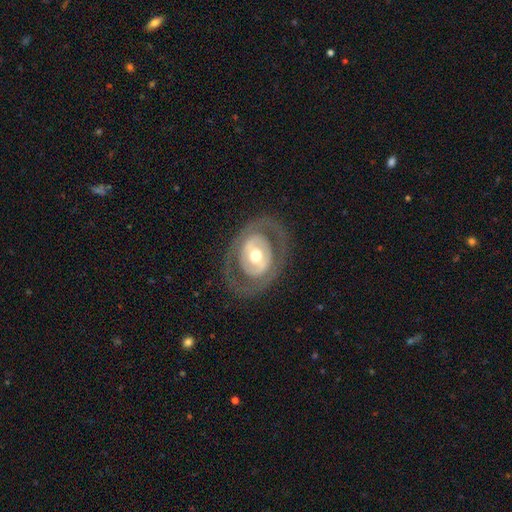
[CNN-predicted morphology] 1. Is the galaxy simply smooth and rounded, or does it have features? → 70% featured or disk, 25% smooth, 5% star or artifact.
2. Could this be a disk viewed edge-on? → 94% no, 6% yes.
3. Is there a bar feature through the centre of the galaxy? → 59% no, 24% weak, 17% strong.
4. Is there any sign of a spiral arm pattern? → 75% no, 25% yes.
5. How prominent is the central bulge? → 71% moderate, 14% large, 13% small, 1% dominant, 1% none.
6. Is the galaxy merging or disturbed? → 77% none, 12% minor disturbance, 10% major disturbance, 1% merger.